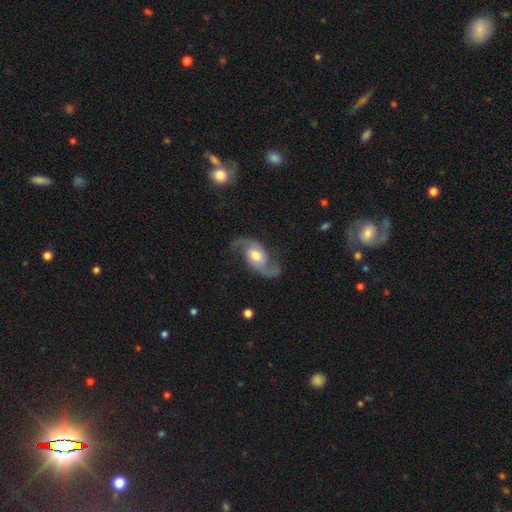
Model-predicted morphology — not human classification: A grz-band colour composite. It shows a featured or disk galaxy (89%) with no bar (45%), 2 (94%) loose (55%) spiral arms (97%) and a moderate central bulge (66%). Merging: none (77%).